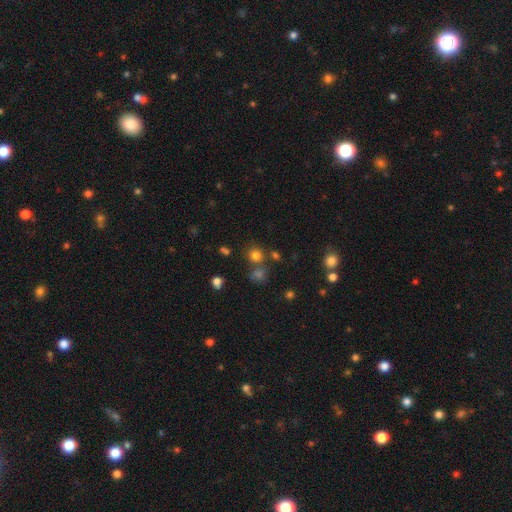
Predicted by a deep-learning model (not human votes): Smooth or featured: smooth — 75% (star or artifact — 19%)
How rounded: round — 87% (in between — 12%)
Merging: none — 70% (merger — 17%)